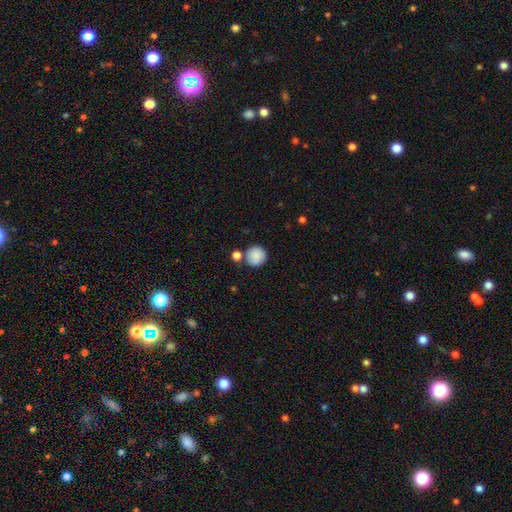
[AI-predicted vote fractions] Morphology: type=smooth (87%); roundness=round (94%); merging=none (75%).